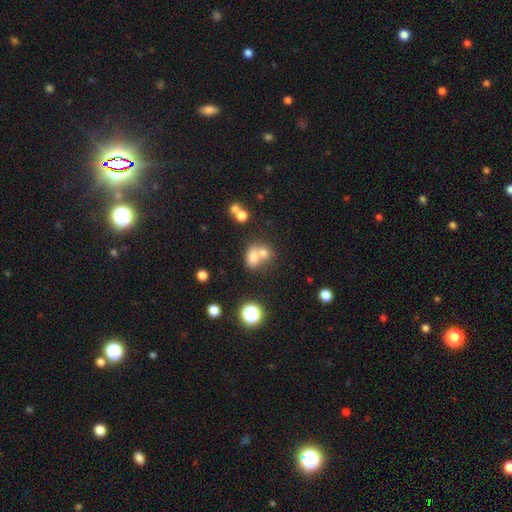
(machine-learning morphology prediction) Smooth or featured? Predicted: smooth (p=0.70). How rounded? Predicted: in between (p=0.54). Merging? Predicted: merger (p=0.57).